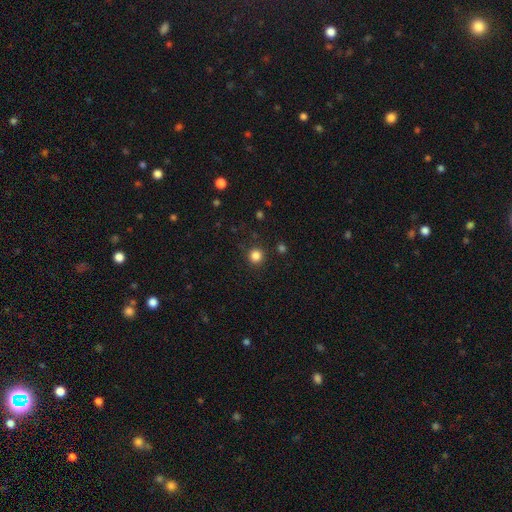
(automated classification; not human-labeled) Smooth or featured? Predicted: smooth (p=0.84). How rounded? Predicted: round (p=0.94). Merging? Predicted: none (p=0.90).